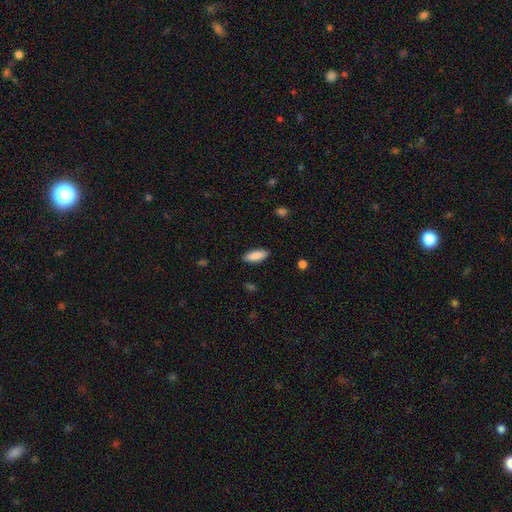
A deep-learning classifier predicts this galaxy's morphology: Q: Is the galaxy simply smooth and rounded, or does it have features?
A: smooth — 88%.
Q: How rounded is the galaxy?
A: in between — 67%.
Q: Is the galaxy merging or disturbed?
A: none — 88%.